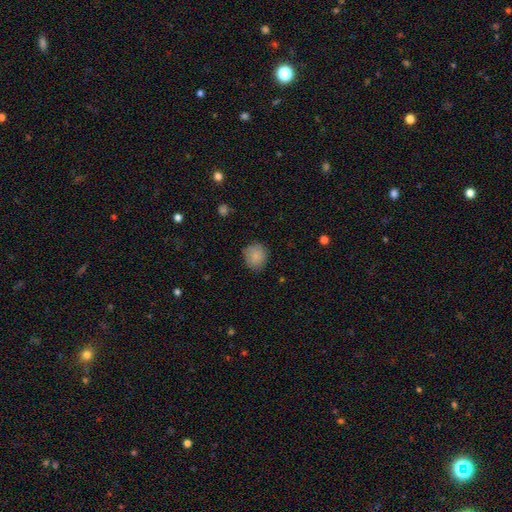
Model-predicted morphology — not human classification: Q: Smooth or featured?
A: smooth (86%); runner-up: star or artifact (8%)
Q: How rounded?
A: round (77%); runner-up: in between (22%)
Q: Merging?
A: none (82%); runner-up: minor disturbance (14%)